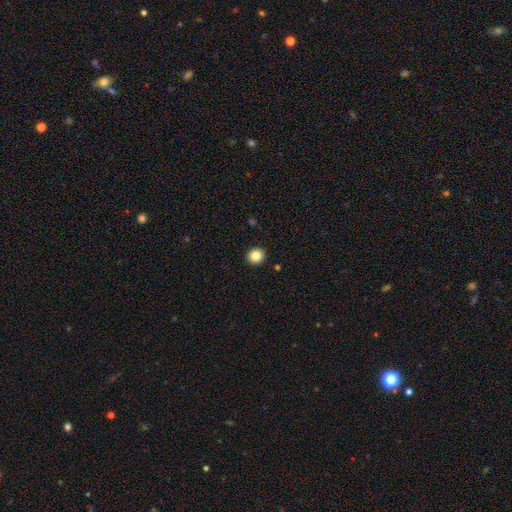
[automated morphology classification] Smooth or featured? smooth (85%)
How rounded? round (91%)
Merging? none (93%)